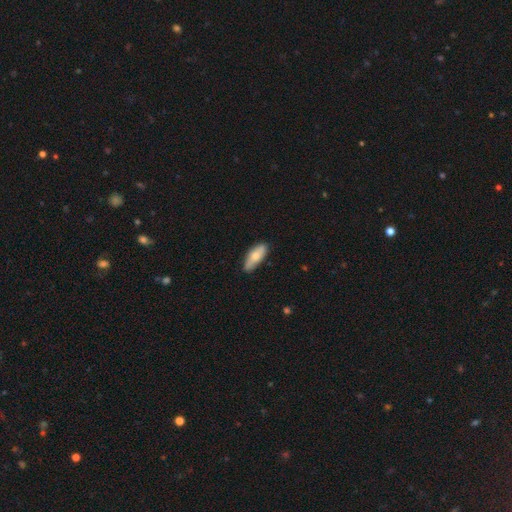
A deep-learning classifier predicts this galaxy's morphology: This is likely a smooth galaxy (71%). How rounded: likely in between (72%). Merging: likely none (78%).